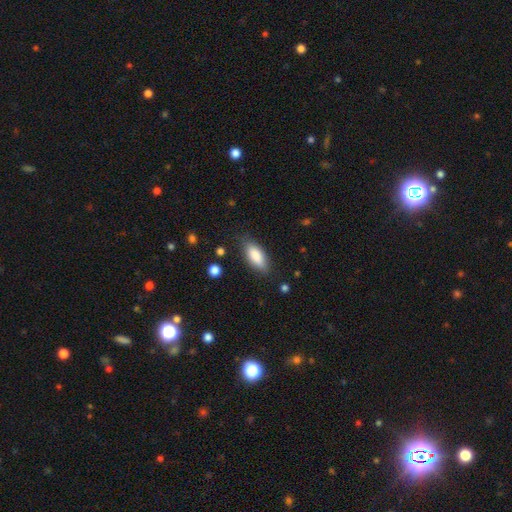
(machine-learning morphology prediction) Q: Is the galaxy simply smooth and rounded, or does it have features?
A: smooth — 84%.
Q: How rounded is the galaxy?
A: in between — 80%.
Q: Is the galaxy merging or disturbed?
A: none — 81%.